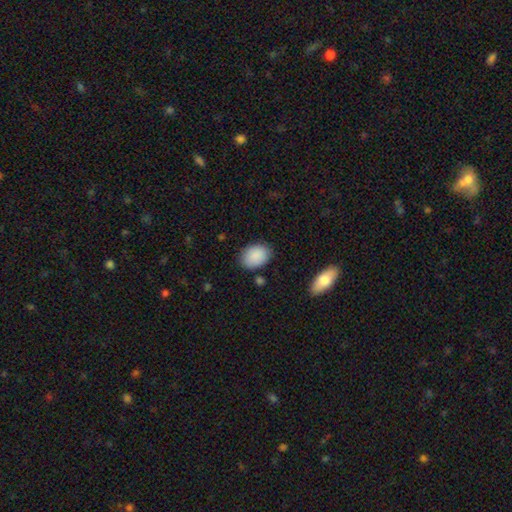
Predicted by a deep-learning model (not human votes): Smooth or featured? Predicted: smooth (p=0.90). How rounded? Predicted: in between (p=0.80). Merging? Predicted: none (p=0.80).